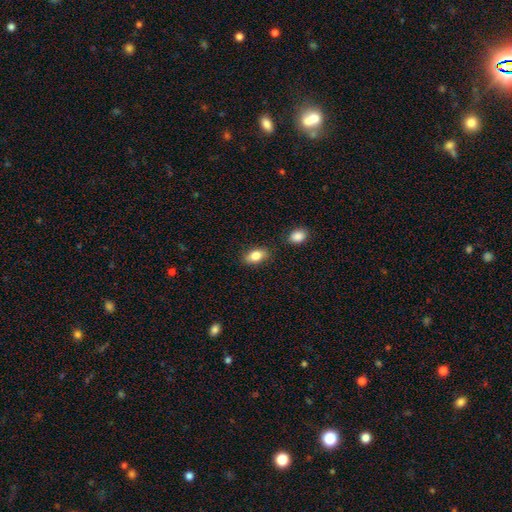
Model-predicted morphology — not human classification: smooth_or_featured: smooth (p=0.82) [alt: featured or disk p=0.10]
how_rounded: in between (p=0.88) [alt: round p=0.09]
merging: none (p=0.83) [alt: minor disturbance p=0.11]